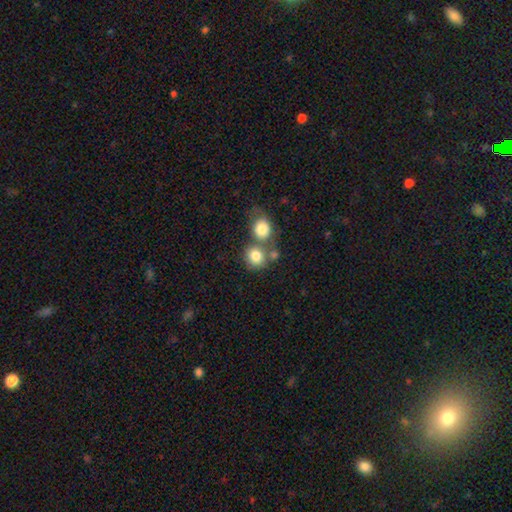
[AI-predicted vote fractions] smooth_or_featured: smooth (p=0.80) [alt: featured or disk p=0.10]
how_rounded: round (p=0.79) [alt: in between p=0.20]
merging: none (p=0.48) [alt: merger p=0.40]